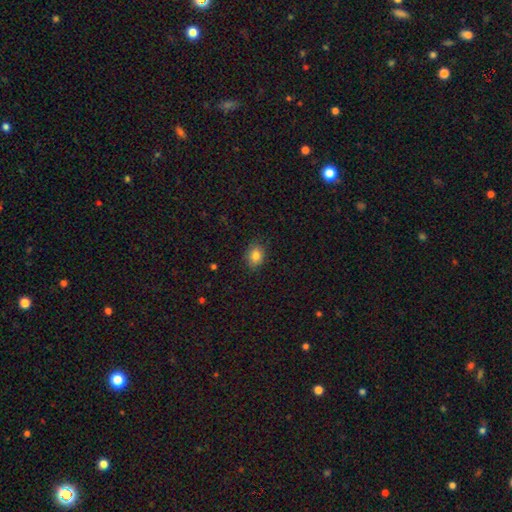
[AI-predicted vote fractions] The model was most divided on "how rounded": in between: 57%, round: 42%, cigar-shaped: 1%. More confident: merging — none (86%); smooth or featured — smooth (84%).